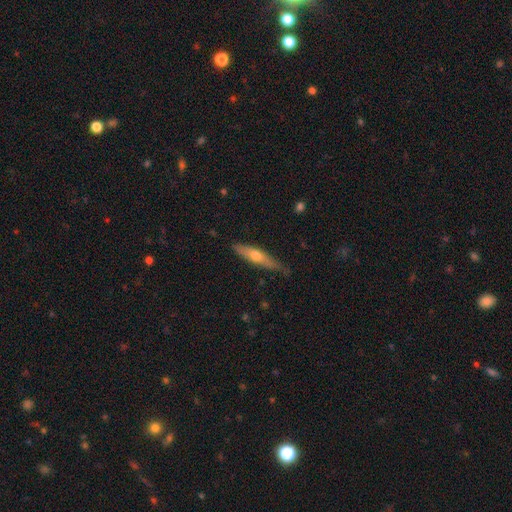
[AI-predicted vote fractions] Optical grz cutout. It shows a featured or disk galaxy (51%) viewed edge-on (87%). Merging: none (75%).